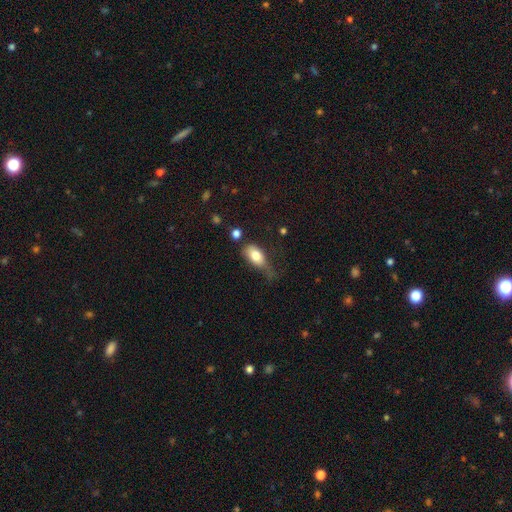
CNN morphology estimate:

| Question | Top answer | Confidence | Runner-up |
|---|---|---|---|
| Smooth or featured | smooth | 78% | featured or disk (14%) |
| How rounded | in between | 88% | round (7%) |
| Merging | minor disturbance | 36% | none (32%) |